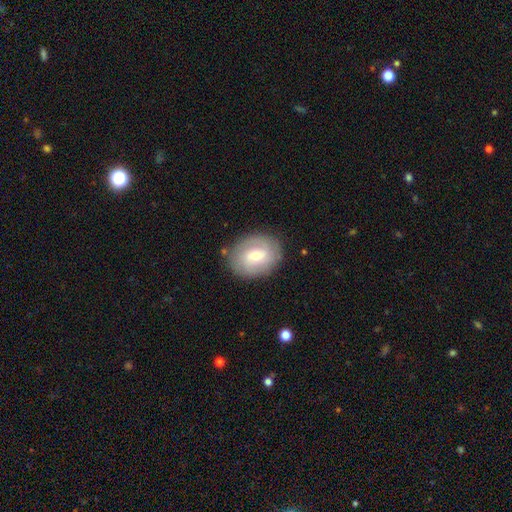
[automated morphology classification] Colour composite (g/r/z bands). It shows a featured or disk galaxy (54%) with a weak bar (46%), spiral arms (71%) and a moderate central bulge (52%). Merging: none (82%).